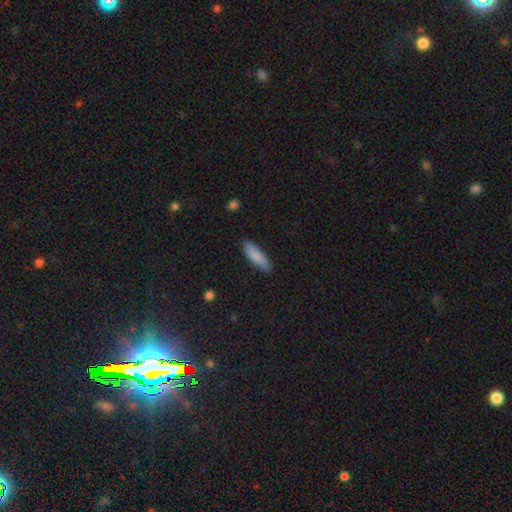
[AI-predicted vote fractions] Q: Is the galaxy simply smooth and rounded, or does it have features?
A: smooth — 86%.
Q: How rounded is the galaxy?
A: cigar-shaped — 55%.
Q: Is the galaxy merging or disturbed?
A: none — 83%.